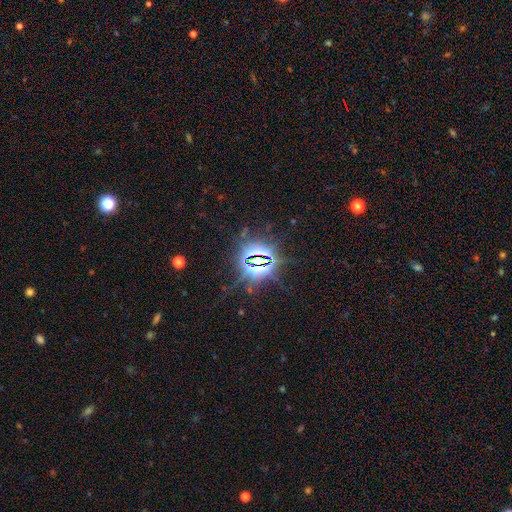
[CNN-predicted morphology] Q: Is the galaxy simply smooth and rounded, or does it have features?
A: star or artifact — 86%.